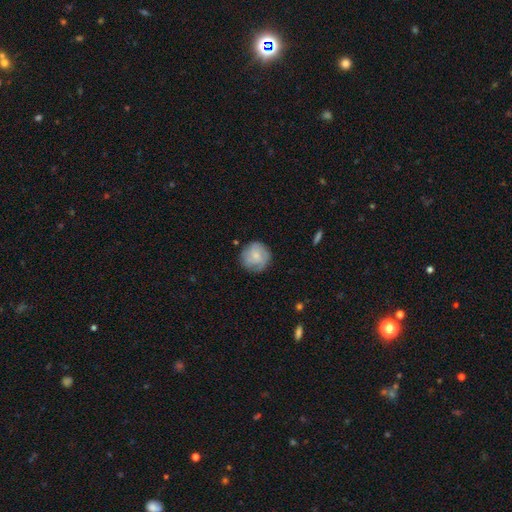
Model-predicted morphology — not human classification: A smooth galaxy with no disk features (56%) that is round (92%). Merging: none (77%).